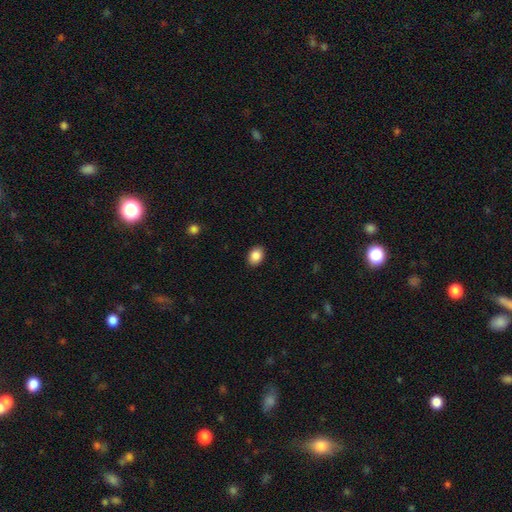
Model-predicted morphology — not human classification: Q: Smooth or featured?
A: smooth (87%); runner-up: star or artifact (8%)
Q: How rounded?
A: in between (69%); runner-up: round (30%)
Q: Merging?
A: none (90%); runner-up: minor disturbance (7%)